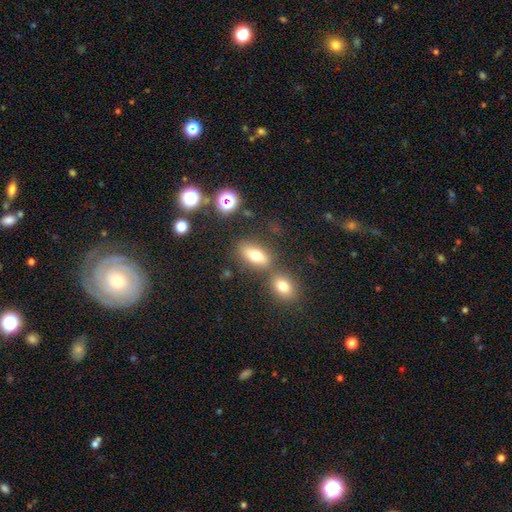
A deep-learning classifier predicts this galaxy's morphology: A smooth galaxy with no disk features (67%) that is in between round and cigar-shaped (75%). Merging: none (63%).